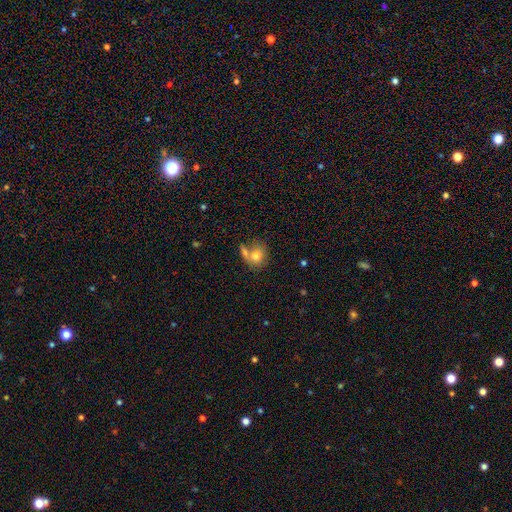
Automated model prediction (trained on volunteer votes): The model was most divided on "merging": merger: 42%, none: 37%, minor disturbance: 13%, major disturbance: 8%. More confident: smooth or featured — smooth (75%); how rounded — round (61%).